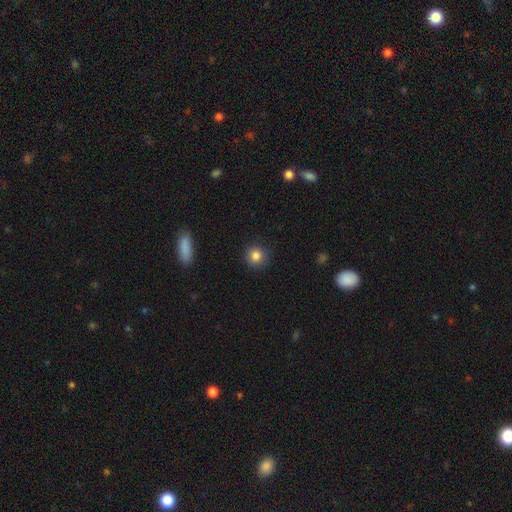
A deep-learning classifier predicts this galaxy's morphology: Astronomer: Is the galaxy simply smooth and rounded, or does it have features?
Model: smooth — 84%.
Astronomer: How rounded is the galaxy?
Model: round — 93%.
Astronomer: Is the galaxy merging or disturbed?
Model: none — 90%.